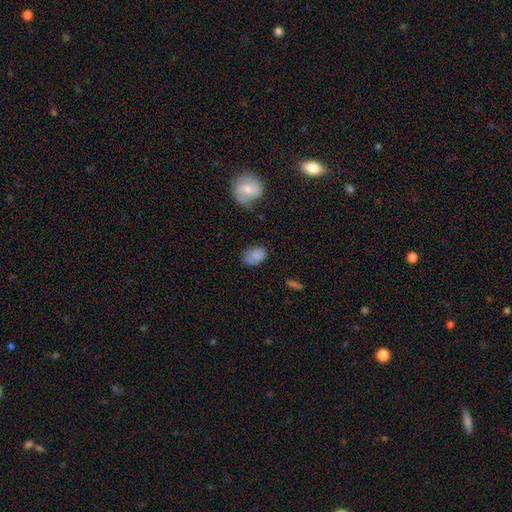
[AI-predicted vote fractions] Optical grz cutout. It shows a smooth galaxy with no disk features (83%) that is in between round and cigar-shaped (86%). Merging: none (64%).